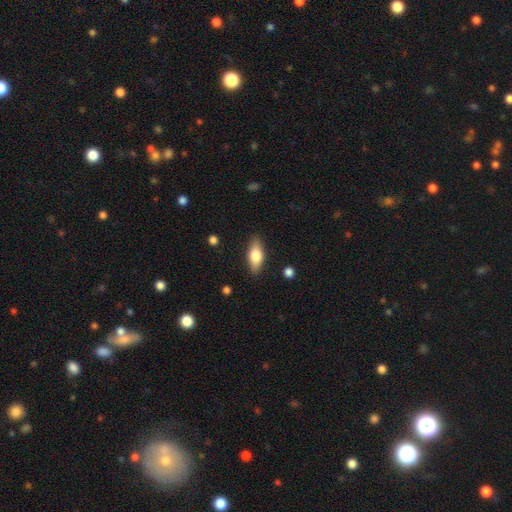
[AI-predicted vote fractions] Smooth or featured: smooth — 67% (featured or disk — 26%)
How rounded: in between — 78% (cigar-shaped — 18%)
Merging: none — 86% (minor disturbance — 10%)